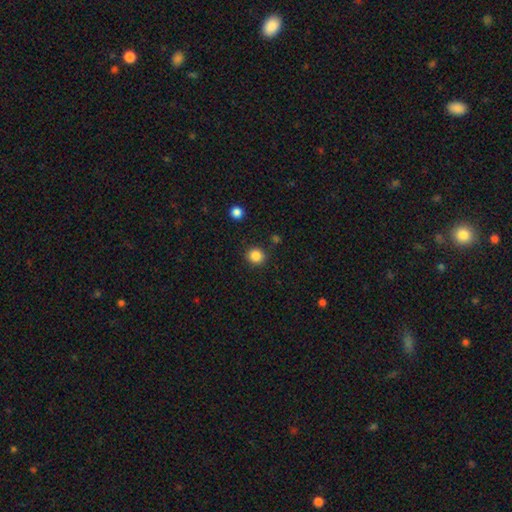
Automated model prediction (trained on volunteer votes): Morphology: type=smooth (85%); roundness=round (86%); merging=none (87%).